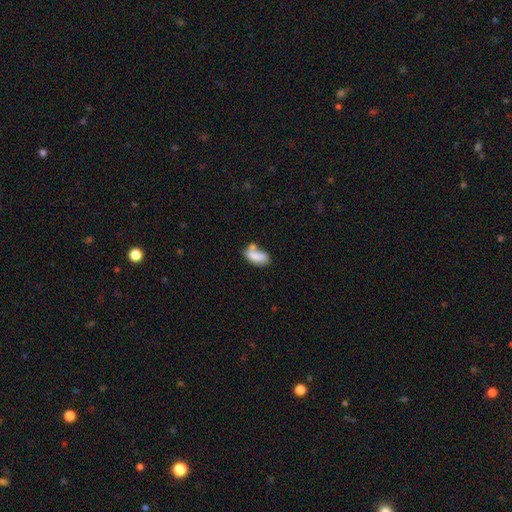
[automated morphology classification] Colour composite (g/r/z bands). It shows a smooth galaxy with no disk features (77%) that is in between round and cigar-shaped (88%). Merging: none (36%).